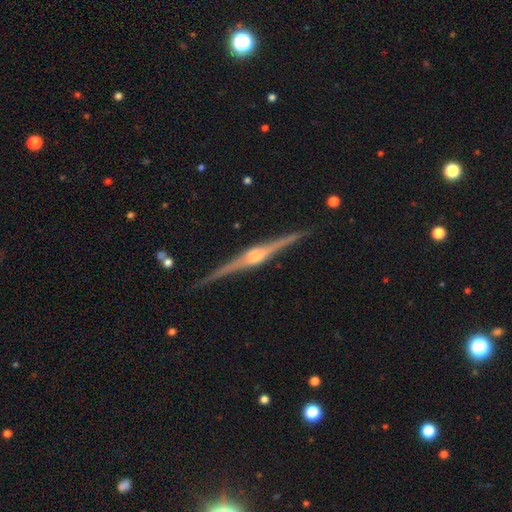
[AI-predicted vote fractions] Smooth or featured?
  - featured or disk: 89% *
  - smooth: 6%
  - star or artifact: 5%
Edge-on disk?
  - yes: 99% *
  - no: 1%
Edge-on bulge?
  - rounded: 85% *
  - boxy: 12%
  - none: 4%
Merging?
  - none: 90% *
  - minor disturbance: 7%
  - major disturbance: 1%
  - merger: 1%